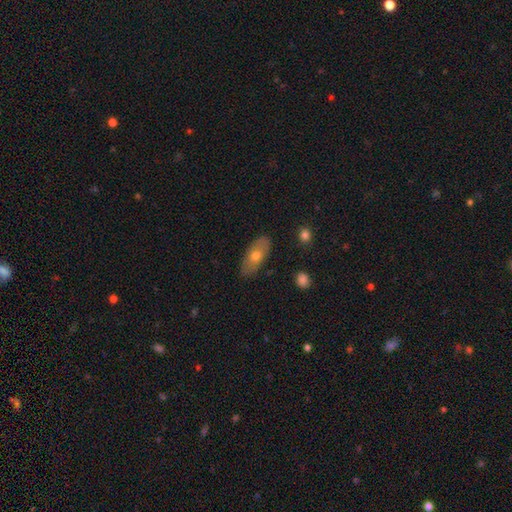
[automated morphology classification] Overall: smooth (59%; featured or disk 34%). How rounded: in between (84%). Merging: none (83%).